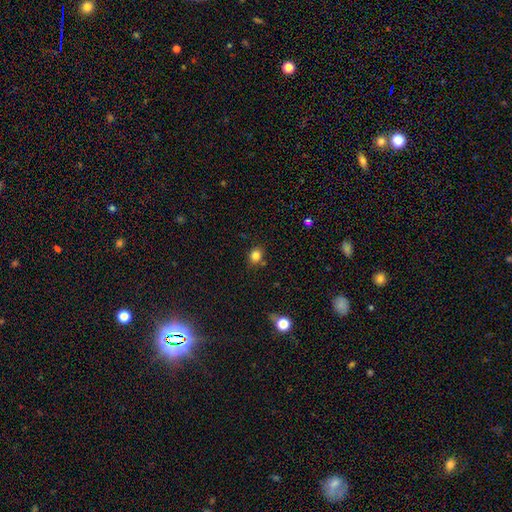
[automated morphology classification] Smooth or featured? smooth (82%)
How rounded? round (69%)
Merging? none (79%)